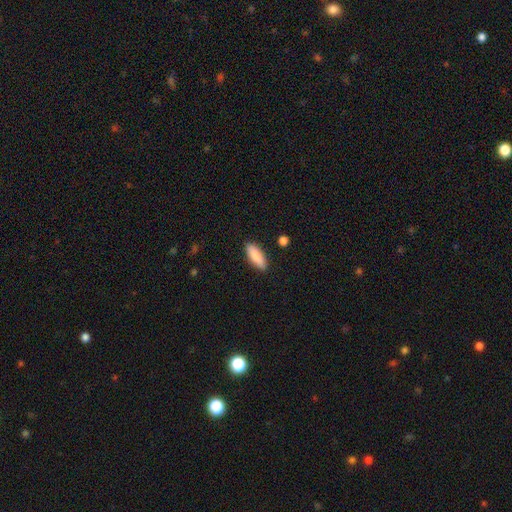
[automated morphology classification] smooth_or_featured: smooth (p=0.84) [alt: featured or disk p=0.10]
how_rounded: in between (p=0.65) [alt: cigar-shaped p=0.33]
merging: none (p=0.88) [alt: minor disturbance p=0.09]